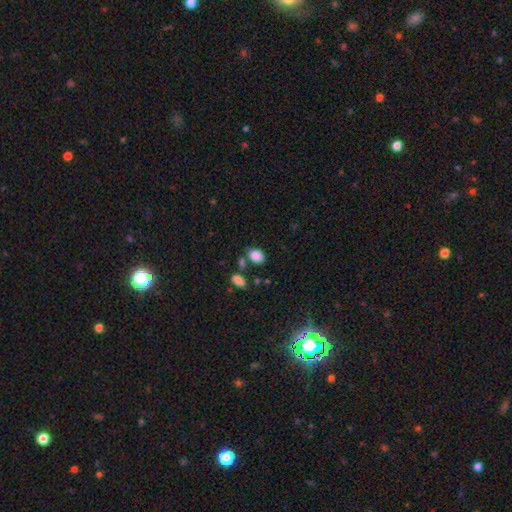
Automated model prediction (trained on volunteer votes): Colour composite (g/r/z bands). It shows a smooth galaxy with no disk features (86%) that is in between round and cigar-shaped (74%). Merging: none (64%).